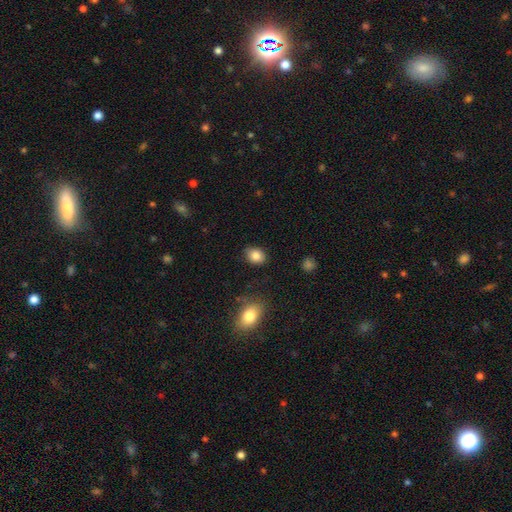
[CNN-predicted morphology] Smooth or featured: smooth — 85% (star or artifact — 9%)
How rounded: in between — 52% (round — 47%)
Merging: none — 84% (minor disturbance — 12%)